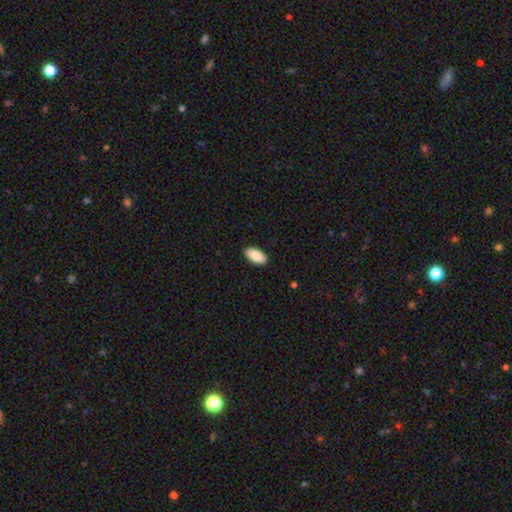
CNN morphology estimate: This is clearly a smooth galaxy (88%). How rounded: clearly in between (93%). Merging: clearly none (90%).